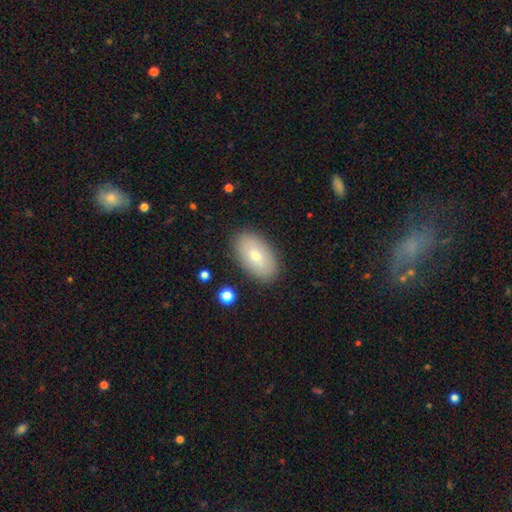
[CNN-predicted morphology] smooth-or-featured: smooth: 71% | featured or disk: 22% | star or artifact: 7%
  how-rounded: in between: 94% | round: 5% | cigar-shaped: 2%
  merging: none: 86% | minor disturbance: 10% | major disturbance: 3% | merger: 2%